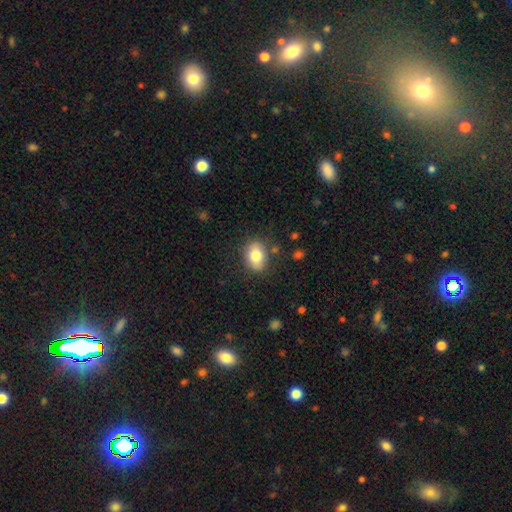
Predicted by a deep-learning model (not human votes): A smooth galaxy with no disk features (79%) that is in between round and cigar-shaped (71%). Merging: none (81%).